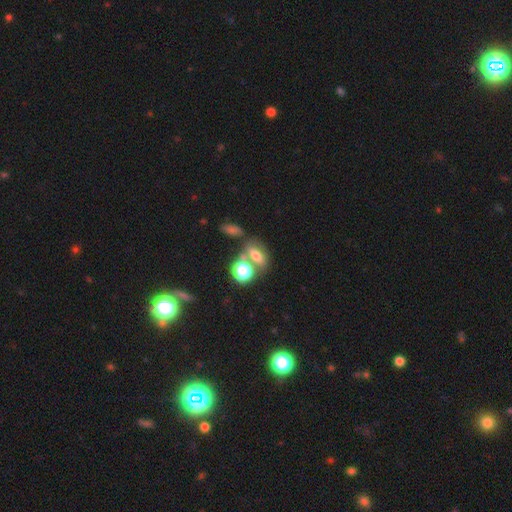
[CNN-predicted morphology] The model was most divided on "merging": none: 48%, merger: 33%, minor disturbance: 12%, major disturbance: 7%. More confident: how rounded — in between (65%); smooth or featured — smooth (59%).